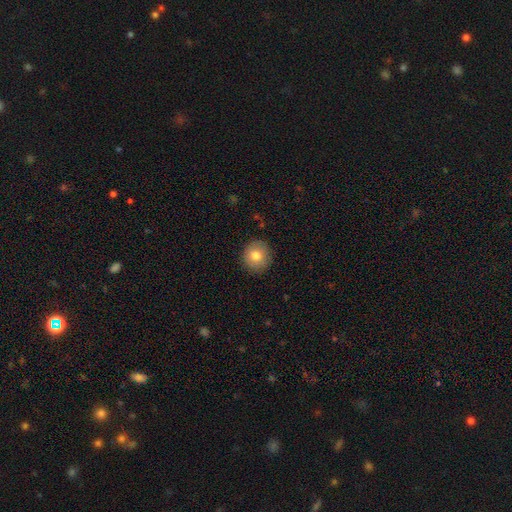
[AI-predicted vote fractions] Q: Smooth or featured?
A: smooth (79%); runner-up: featured or disk (12%)
Q: How rounded?
A: round (90%); runner-up: in between (9%)
Q: Merging?
A: none (89%); runner-up: minor disturbance (8%)